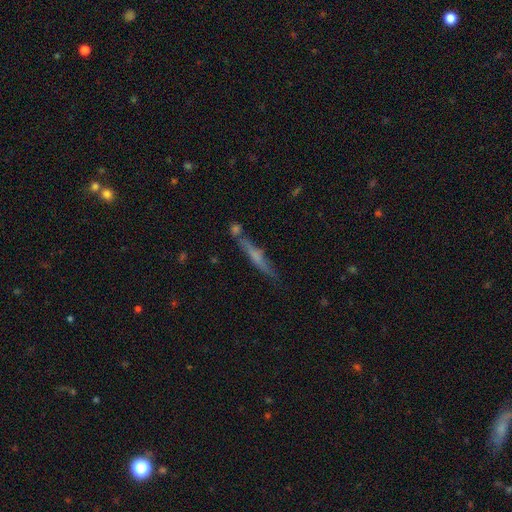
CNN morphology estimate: Smooth or featured? Predicted: featured or disk (p=0.55). Edge-on disk? Predicted: yes (p=0.93). Edge-on bulge? Predicted: rounded (p=0.46). Merging? Predicted: none (p=0.75).